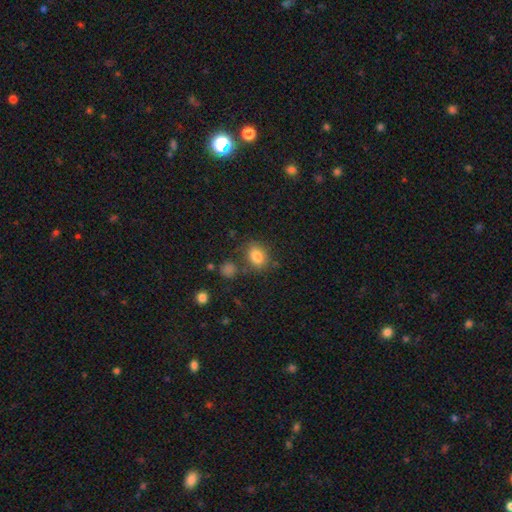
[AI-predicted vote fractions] smooth 81%, star or artifact 12%, featured or disk 7%. Down the decision tree: how rounded — in between (53%); merging — none (74%).